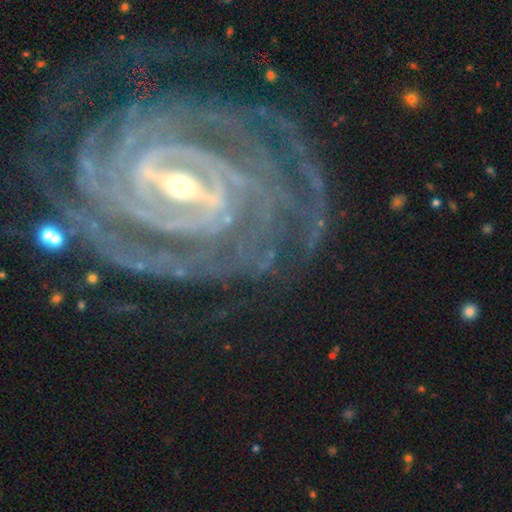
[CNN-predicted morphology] The model was most divided on "bulge size": small: 49%, moderate: 46%, large: 3%, none: 1%, dominant: 1%. Remaining: spiral arms — yes (98%); edge-on disk — no (96%); smooth or featured — featured or disk (92%); spiral winding — tight (81%); merging — none (75%); bar — strong (67%); spiral arm count — 4 (23%).